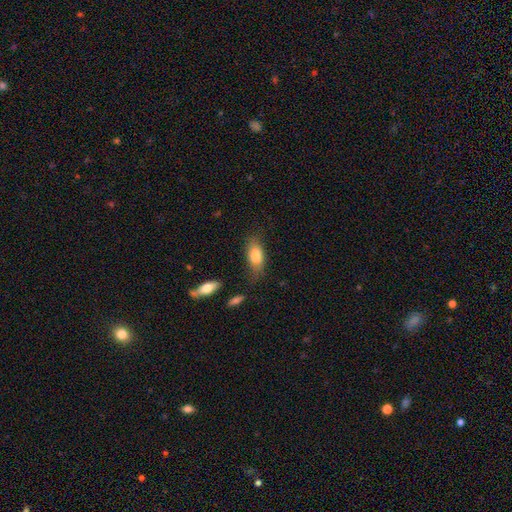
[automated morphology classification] smooth 79%, featured or disk 14%, star or artifact 7%. Down the decision tree: how rounded — in between (86%); merging — none (68%).